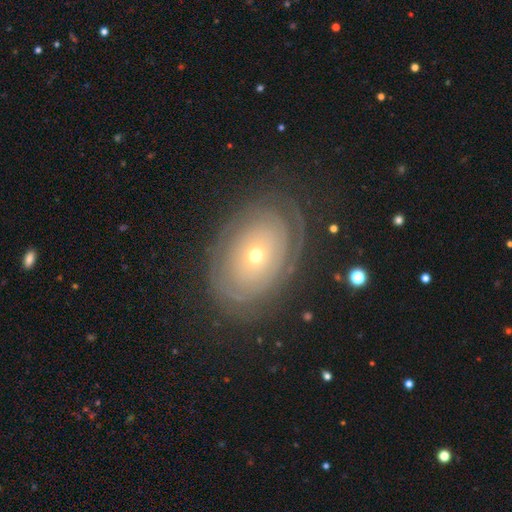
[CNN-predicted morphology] This is likely a featured or disk galaxy (72%). It is clearly not viewed edge-on (94%). Bar: clearly no (88%). Spiral arm pattern: likely yes (70%). Central bulge: likely small (65%). Merging: likely none (77%).